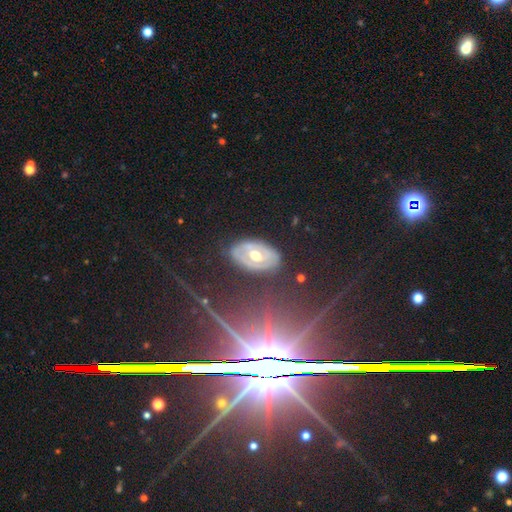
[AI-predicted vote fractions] A featured or disk galaxy (63%) with no bar (60%), no spiral arms (68%) and a moderate central bulge (79%).

Vote fractions:
- Smooth or featured? featured or disk: 63% / smooth: 26% / star or artifact: 11%
- Edge-on disk? no: 90% / yes: 10%
- Bar? no: 60% / weak: 25% / strong: 15%
- Spiral arms? no: 68% / yes: 32%
- Bulge size? moderate: 79% / small: 11% / large: 8% / dominant: 1% / none: 1%
- Merging? none: 79% / minor disturbance: 15% / major disturbance: 5% / merger: 2%